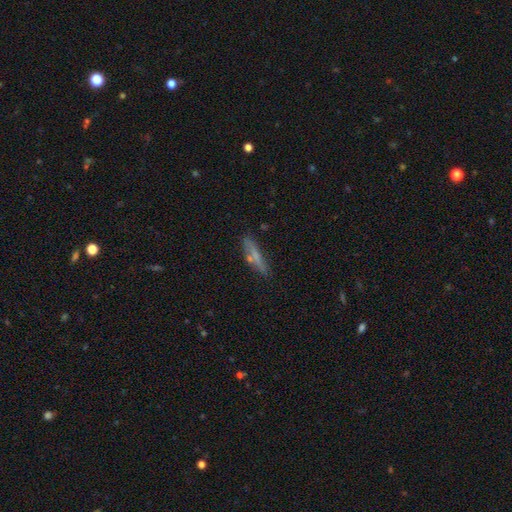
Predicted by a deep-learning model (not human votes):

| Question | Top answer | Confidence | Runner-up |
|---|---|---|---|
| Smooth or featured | smooth | 59% | featured or disk (31%) |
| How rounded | cigar-shaped | 84% | in between (13%) |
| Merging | none | 76% | minor disturbance (15%) |